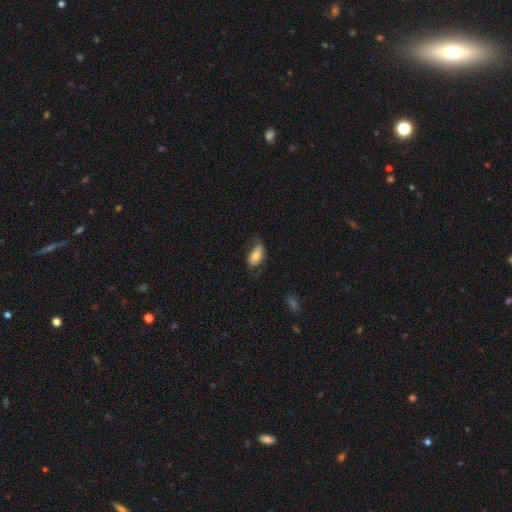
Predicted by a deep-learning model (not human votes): Q: Smooth or featured?
A: smooth (72%); runner-up: featured or disk (21%)
Q: How rounded?
A: in between (91%); runner-up: cigar-shaped (6%)
Q: Merging?
A: none (61%); runner-up: minor disturbance (29%)